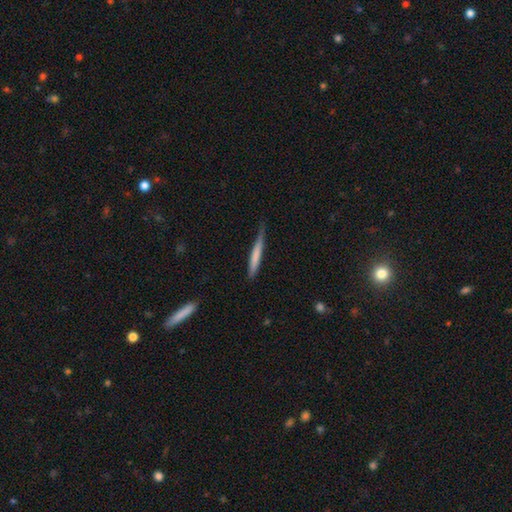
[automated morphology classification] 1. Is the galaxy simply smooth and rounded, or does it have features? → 68% smooth, 26% featured or disk, 6% star or artifact.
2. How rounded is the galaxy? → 96% cigar-shaped, 3% in between, 1% round.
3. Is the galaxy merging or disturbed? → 65% none, 27% minor disturbance, 6% major disturbance, 2% merger.